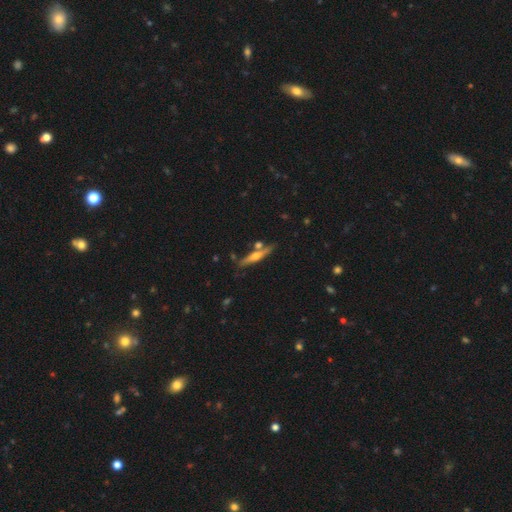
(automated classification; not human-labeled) Smooth or featured? featured or disk (60%)
Edge-on disk? yes (95%)
Edge-on bulge? rounded (85%)
Merging? none (73%)